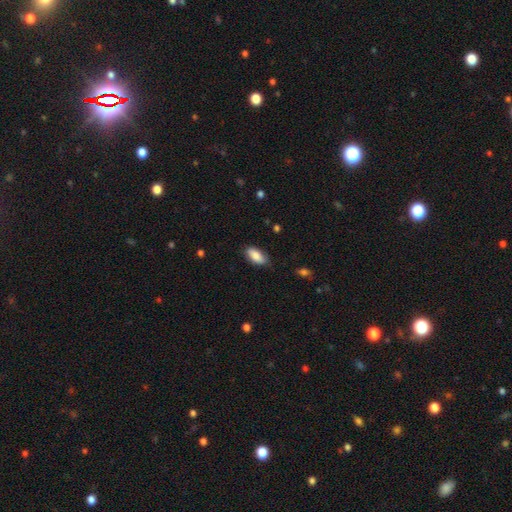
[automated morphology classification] Q: Smooth or featured?
A: smooth (84%); runner-up: featured or disk (10%)
Q: How rounded?
A: in between (90%); runner-up: cigar-shaped (8%)
Q: Merging?
A: none (81%); runner-up: minor disturbance (16%)